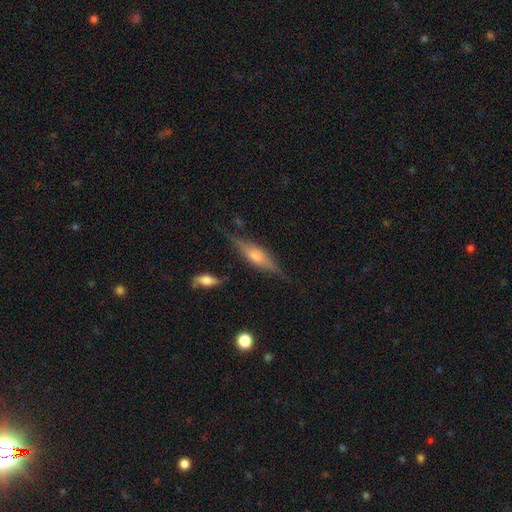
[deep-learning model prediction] Smooth or featured?
  - featured or disk: 68% *
  - smooth: 25%
  - star or artifact: 7%
Edge-on disk?
  - yes: 95% *
  - no: 5%
Edge-on bulge?
  - rounded: 78% *
  - boxy: 17%
  - none: 5%
Merging?
  - none: 78% *
  - minor disturbance: 15%
  - major disturbance: 4%
  - merger: 3%